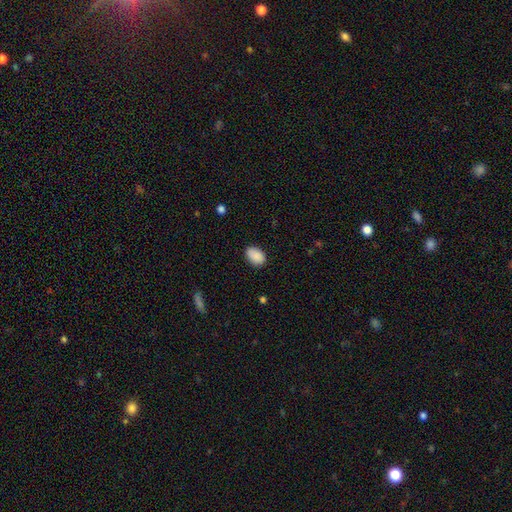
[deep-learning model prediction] smooth 89%, star or artifact 7%, featured or disk 3%. Down the decision tree: how rounded — in between (86%); merging — none (85%).